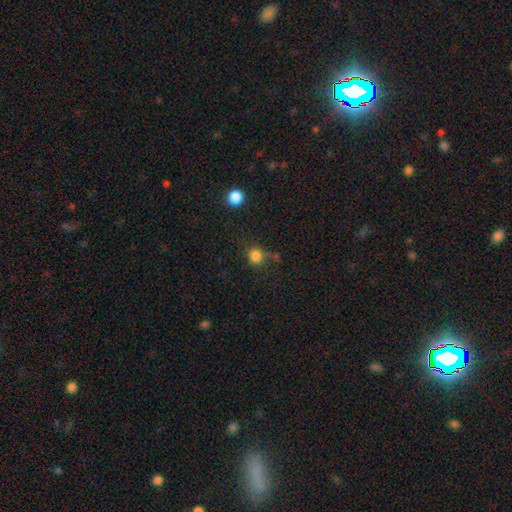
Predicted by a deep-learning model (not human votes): smooth-or-featured: smooth: 82% | star or artifact: 14% | featured or disk: 5%
  how-rounded: round: 85% | in between: 14% | cigar-shaped: 1%
  merging: none: 68% | minor disturbance: 17% | merger: 8% | major disturbance: 7%